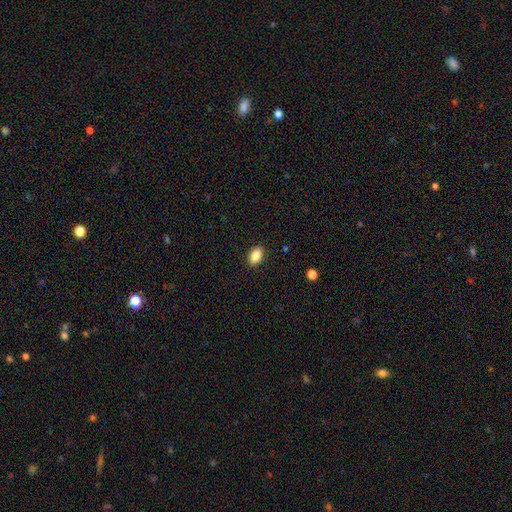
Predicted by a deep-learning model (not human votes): Overall: smooth (85%). How rounded: in between (88%). Merging: none (89%).